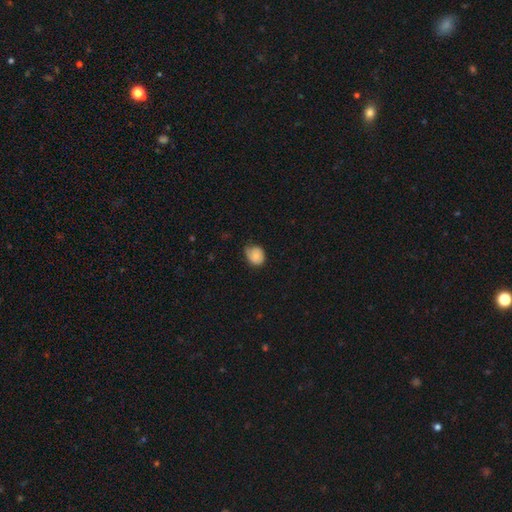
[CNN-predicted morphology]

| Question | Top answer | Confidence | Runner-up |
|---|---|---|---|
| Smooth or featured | smooth | 77% | featured or disk (15%) |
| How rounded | round | 61% | in between (39%) |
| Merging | none | 52% | minor disturbance (39%) |